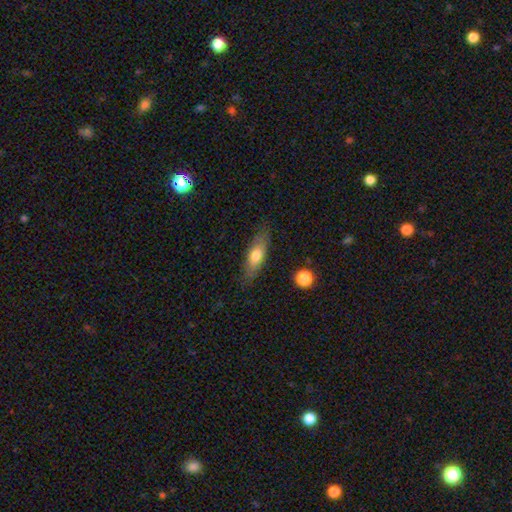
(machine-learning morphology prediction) smooth_or_featured: smooth (p=0.67) [alt: featured or disk p=0.26]
how_rounded: in between (p=0.54) [alt: cigar-shaped p=0.43]
merging: none (p=0.81) [alt: minor disturbance p=0.14]